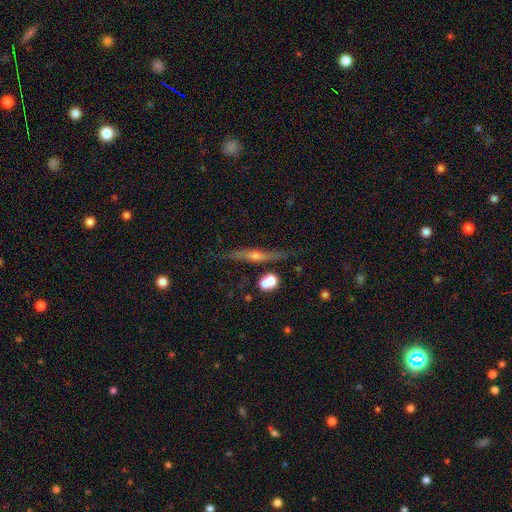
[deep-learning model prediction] smooth_or_featured: featured or disk (p=0.71) [alt: smooth p=0.21]
disk_edge_on: yes (p=0.92) [alt: no p=0.08]
edge_on_bulge: rounded (p=0.85) [alt: none p=0.09]
merging: none (p=0.74) [alt: minor disturbance p=0.16]